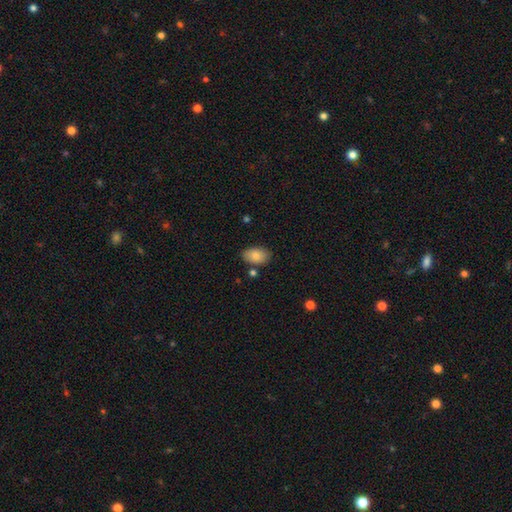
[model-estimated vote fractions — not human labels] Q: Smooth or featured?
A: smooth (85%); runner-up: featured or disk (8%)
Q: How rounded?
A: in between (91%); runner-up: round (8%)
Q: Merging?
A: none (80%); runner-up: minor disturbance (13%)